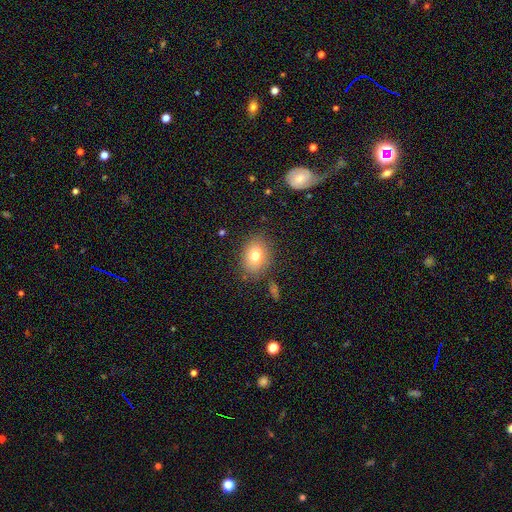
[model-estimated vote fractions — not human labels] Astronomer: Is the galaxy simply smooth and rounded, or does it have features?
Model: smooth — 77%.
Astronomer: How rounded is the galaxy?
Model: in between — 63%.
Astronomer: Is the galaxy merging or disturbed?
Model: none — 81%.